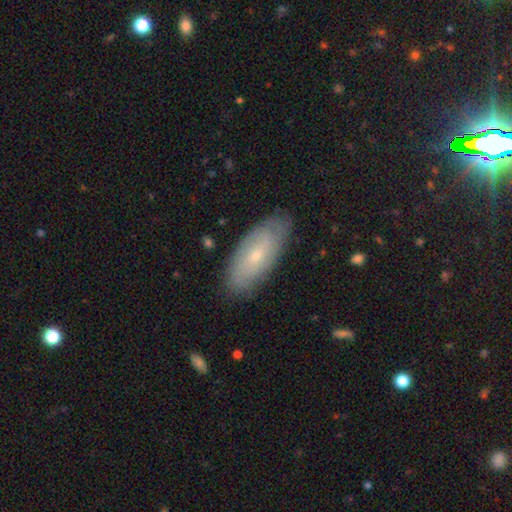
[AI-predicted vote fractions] Smooth or featured?
  - featured or disk: 51% *
  - smooth: 42%
  - star or artifact: 7%
Edge-on disk?
  - no: 85% *
  - yes: 15%
Merging?
  - none: 81% *
  - minor disturbance: 15%
  - major disturbance: 3%
  - merger: 1%